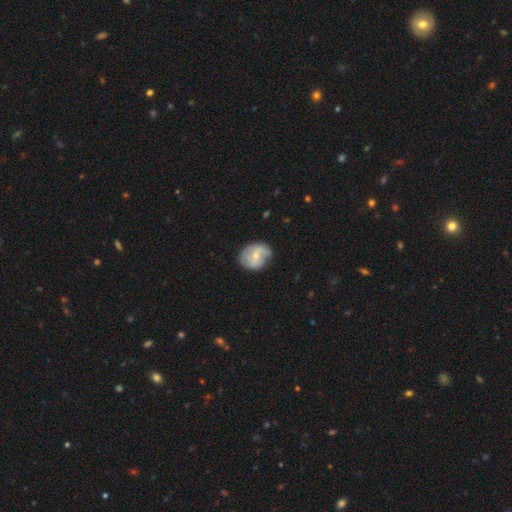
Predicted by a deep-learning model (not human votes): Q: Smooth or featured?
A: featured or disk (51%); runner-up: smooth (42%)
Q: Edge-on disk?
A: no (97%); runner-up: yes (3%)
Q: Merging?
A: none (55%); runner-up: minor disturbance (31%)